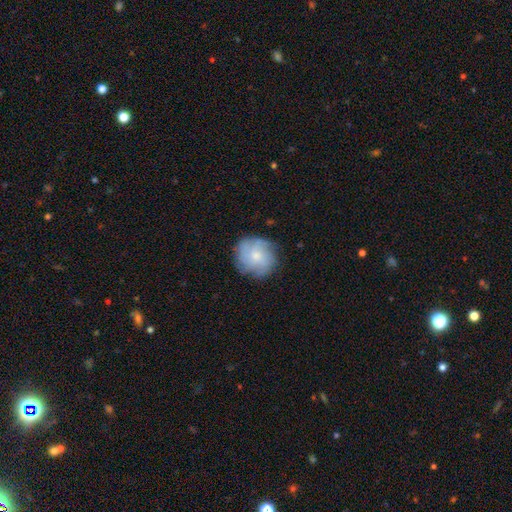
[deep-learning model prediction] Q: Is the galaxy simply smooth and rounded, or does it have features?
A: smooth — 53%.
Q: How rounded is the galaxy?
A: round — 85%.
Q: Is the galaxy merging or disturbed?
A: none — 77%.